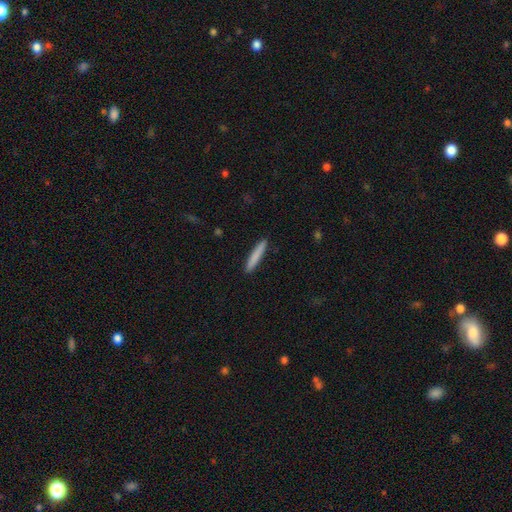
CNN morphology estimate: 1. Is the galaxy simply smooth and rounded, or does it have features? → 82% smooth, 12% featured or disk, 5% star or artifact.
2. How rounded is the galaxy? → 95% cigar-shaped, 4% in between, 1% round.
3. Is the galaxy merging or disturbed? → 92% none, 6% minor disturbance, 1% major disturbance, 1% merger.